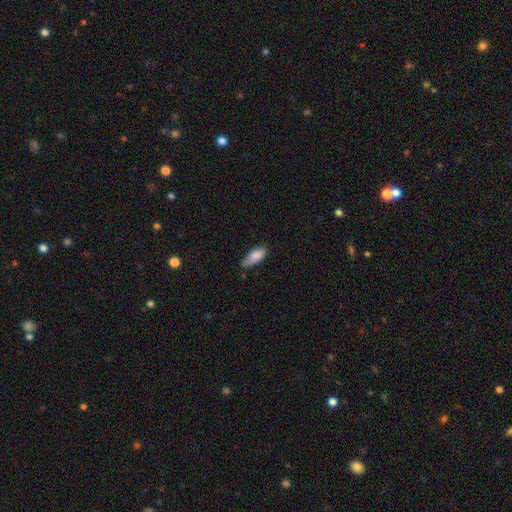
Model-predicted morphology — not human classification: The model was most divided on "merging": none: 50%, minor disturbance: 39%, major disturbance: 8%, merger: 3%. More confident: smooth or featured — smooth (82%); how rounded — in between (77%).